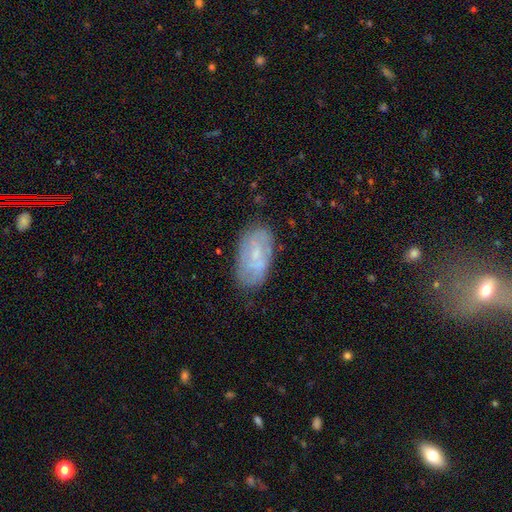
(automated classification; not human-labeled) Overall: featured or disk (53%; smooth 37%). Edge-on disk: no (93%). Merging: none (75%).